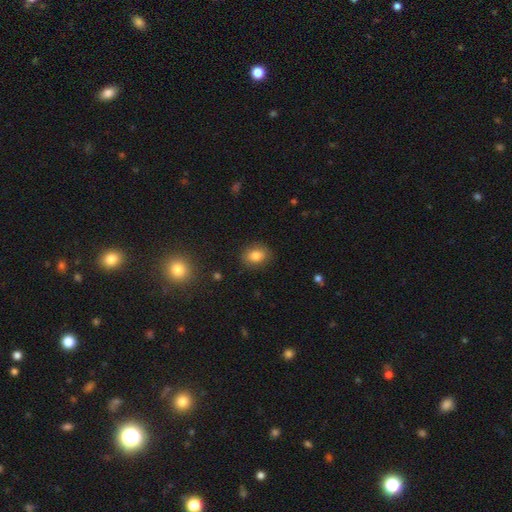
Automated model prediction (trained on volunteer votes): smooth 82%, star or artifact 10%, featured or disk 8%. Down the decision tree: how rounded — in between (51%); merging — none (87%).